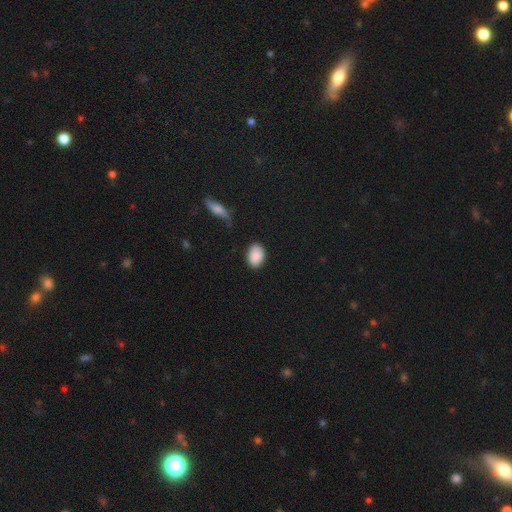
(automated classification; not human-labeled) Overall: smooth (89%). How rounded: in between (83%). Merging: none (82%).